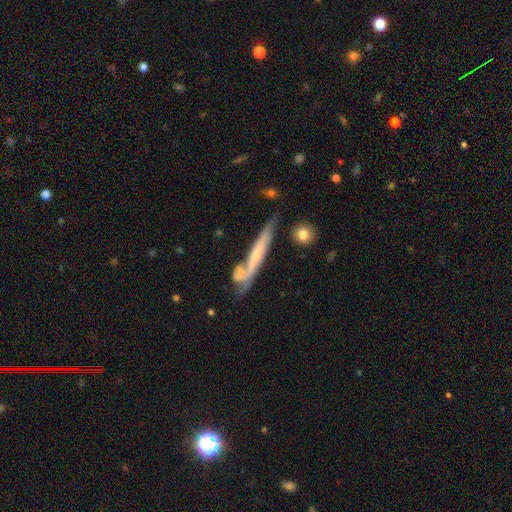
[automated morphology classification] Smooth or featured? Predicted: featured or disk (p=0.62). Edge-on disk? Predicted: yes (p=0.69). Merging? Predicted: none (p=0.46).